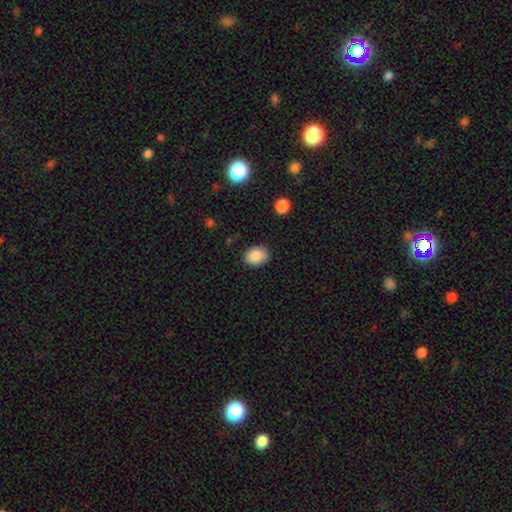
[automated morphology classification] A smooth galaxy with no disk features (88%) that is in between round and cigar-shaped (67%). Merging: none (85%).